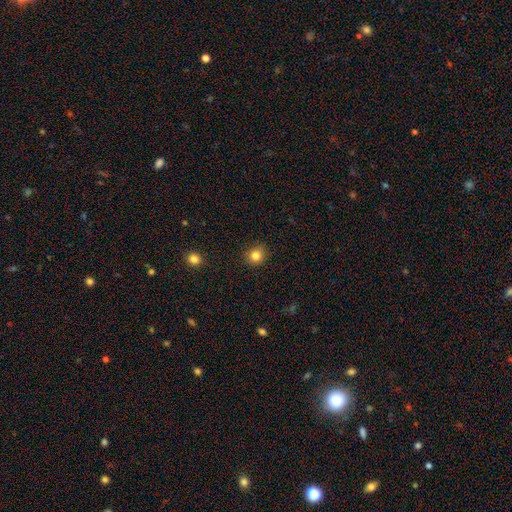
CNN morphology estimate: Smooth or featured? smooth (82%)
How rounded? round (84%)
Merging? none (89%)